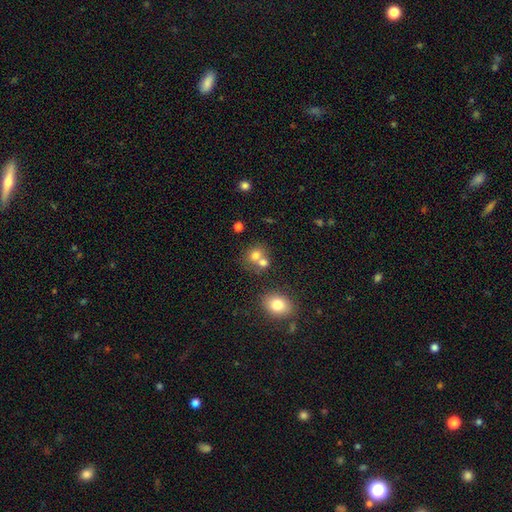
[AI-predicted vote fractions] This is likely a smooth galaxy (73%). How rounded: likely round (73%). Merging: possibly merger (47%).